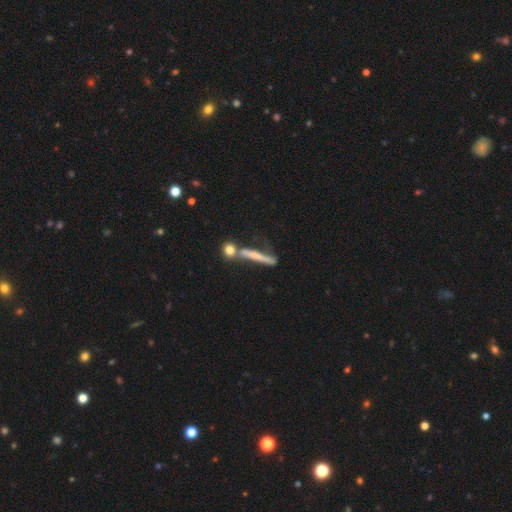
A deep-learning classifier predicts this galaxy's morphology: This is possibly a smooth galaxy (51%). How rounded: clearly cigar-shaped (88%). Merging: possibly none (53%).